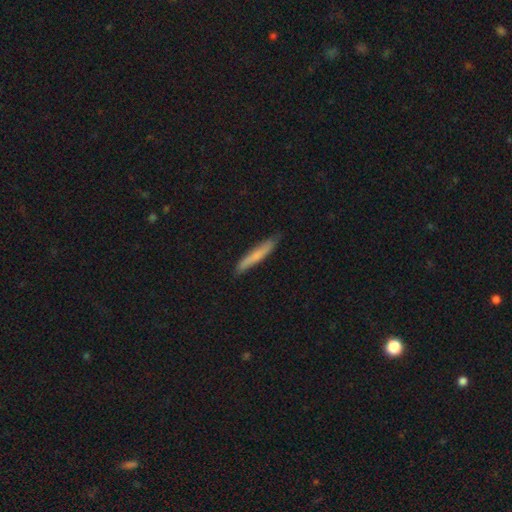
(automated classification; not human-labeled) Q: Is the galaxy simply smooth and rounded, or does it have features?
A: smooth — 69%.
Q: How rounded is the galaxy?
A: cigar-shaped — 94%.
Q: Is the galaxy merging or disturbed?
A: none — 83%.